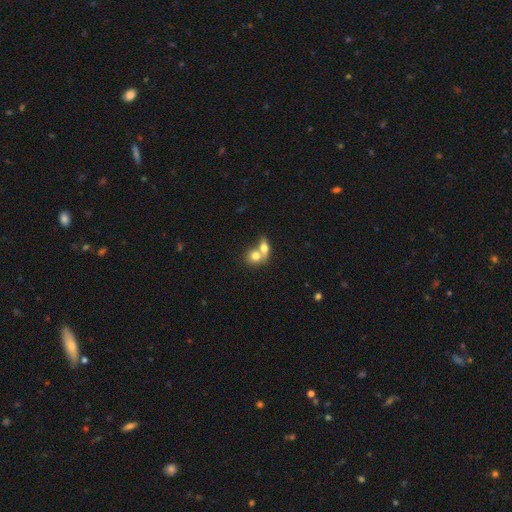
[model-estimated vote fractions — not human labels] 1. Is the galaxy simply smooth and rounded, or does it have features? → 73% smooth, 19% featured or disk, 8% star or artifact.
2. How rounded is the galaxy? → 53% round, 45% in between, 2% cigar-shaped.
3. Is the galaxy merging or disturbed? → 71% merger, 21% none, 5% minor disturbance, 3% major disturbance.